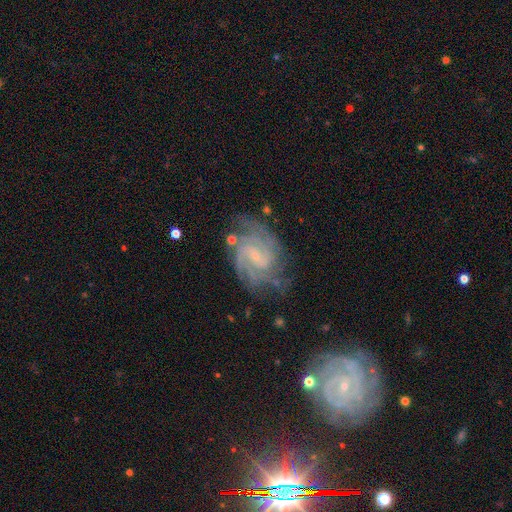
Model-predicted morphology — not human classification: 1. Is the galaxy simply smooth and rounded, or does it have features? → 88% featured or disk, 6% star or artifact, 5% smooth.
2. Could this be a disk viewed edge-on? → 98% no, 2% yes.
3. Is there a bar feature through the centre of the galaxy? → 45% no (tied), 45% weak (tied), 10% strong.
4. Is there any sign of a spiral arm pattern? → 98% yes, 2% no.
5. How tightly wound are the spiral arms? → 56% tight, 37% medium, 7% loose.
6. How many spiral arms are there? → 25% 2, 24% 3, 21% can't tell, 17% 4, 7% more than 4, 7% 1.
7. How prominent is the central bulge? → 81% small, 13% moderate, 5% none, 1% large, 1% dominant.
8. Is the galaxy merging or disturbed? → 69% none, 20% minor disturbance, 8% major disturbance, 3% merger.